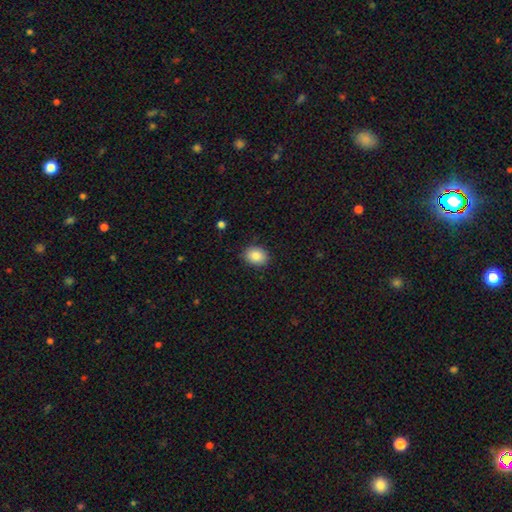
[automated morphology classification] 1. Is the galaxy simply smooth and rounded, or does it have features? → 87% smooth, 8% star or artifact, 5% featured or disk.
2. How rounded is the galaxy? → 57% in between, 42% round, 1% cigar-shaped.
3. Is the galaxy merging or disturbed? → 87% none, 10% minor disturbance, 2% major disturbance, 1% merger.